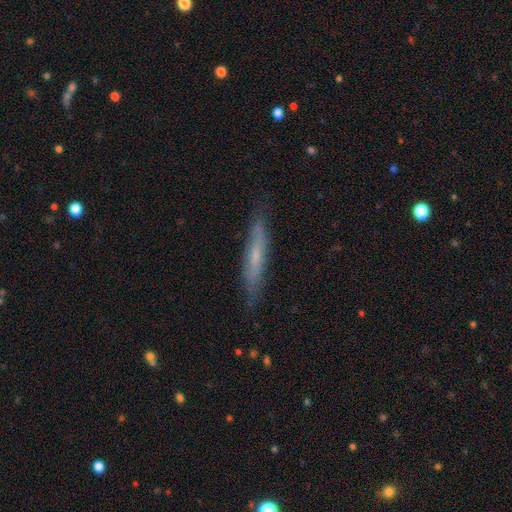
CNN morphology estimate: Smooth or featured? Predicted: smooth (p=0.49). Merging? Predicted: none (p=0.83).